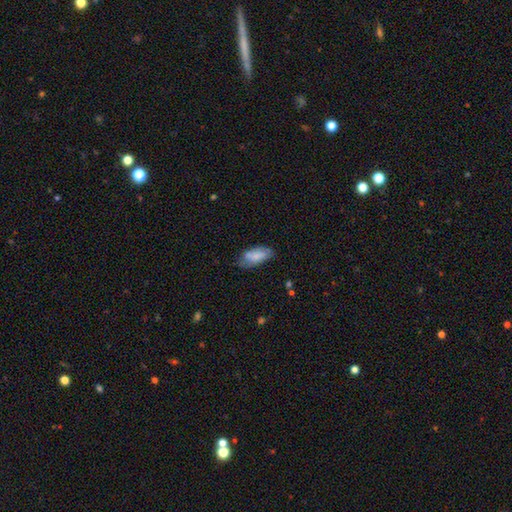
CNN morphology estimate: This appears to be a smooth galaxy with no disk features (69%) that is in between round and cigar-shaped (89%). Merging: none (54%).